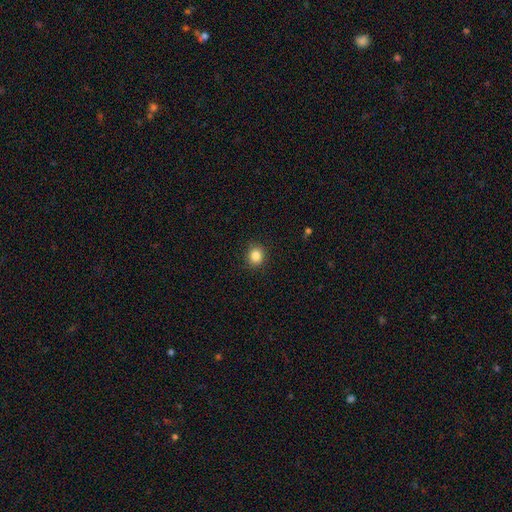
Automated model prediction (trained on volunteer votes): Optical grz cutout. It shows a smooth galaxy with no disk features (85%) that is round (82%). Merging: none (89%).